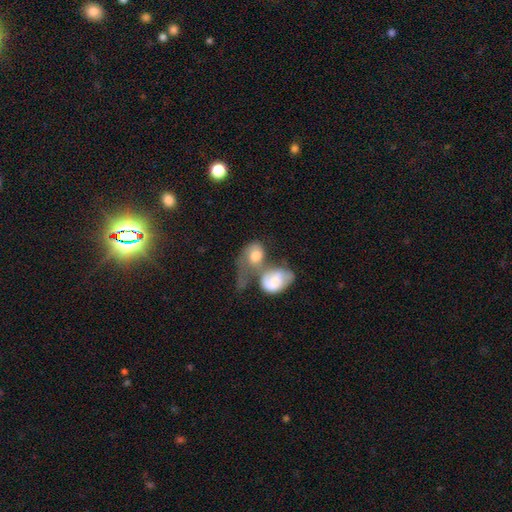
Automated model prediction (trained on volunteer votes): Smooth or featured? Predicted: smooth (p=0.60). How rounded? Predicted: in between (p=0.65). Merging? Predicted: merger (p=0.66).